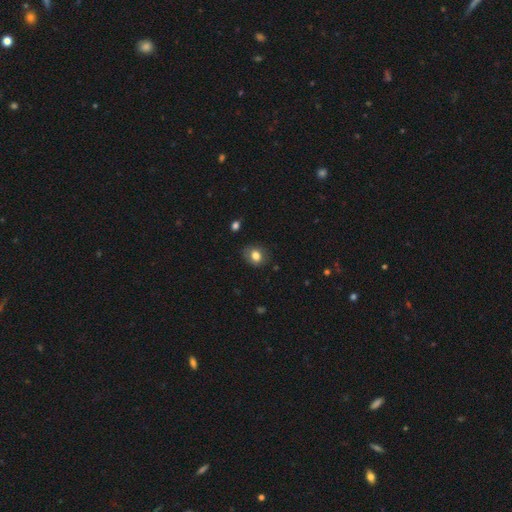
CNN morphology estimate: The model was most divided on "how rounded": round: 52%, in between: 47%, cigar-shaped: 1%. More confident: smooth or featured — smooth (79%); merging — none (79%).